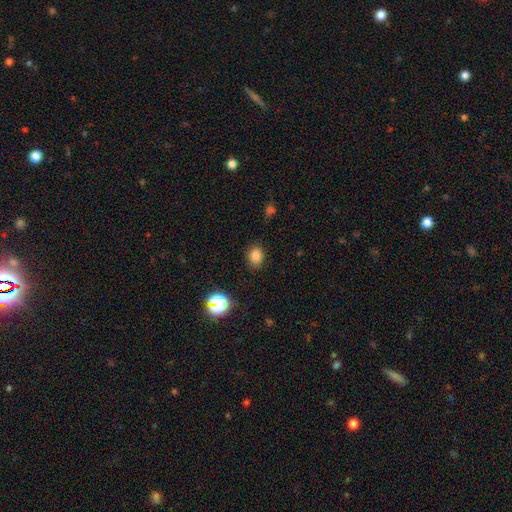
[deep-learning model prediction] Smooth or featured: smooth — 80% (star or artifact — 15%)
How rounded: in between — 51% (round — 48%)
Merging: none — 84% (minor disturbance — 12%)